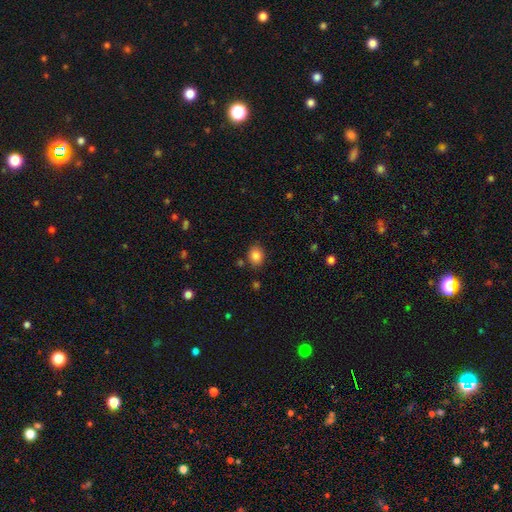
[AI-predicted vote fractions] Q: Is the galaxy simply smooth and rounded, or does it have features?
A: smooth — 86%.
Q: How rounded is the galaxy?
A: round — 54%.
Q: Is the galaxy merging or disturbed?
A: none — 83%.